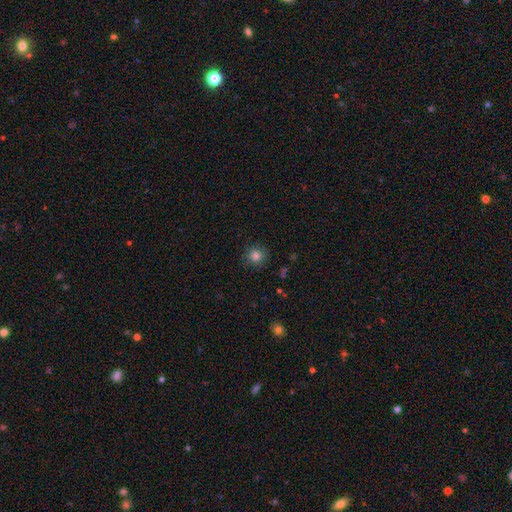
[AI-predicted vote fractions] Morphology: type=smooth (82%); roundness=round (92%); merging=none (87%).